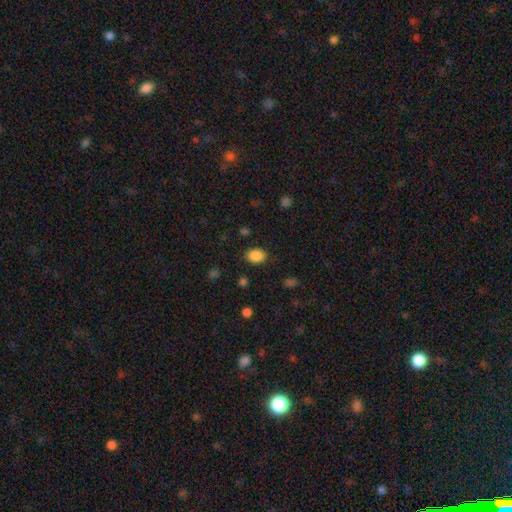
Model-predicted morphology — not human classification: smooth-or-featured: smooth: 87% | star or artifact: 9% | featured or disk: 4%
  how-rounded: in between: 69% | round: 31% | cigar-shaped: 1%
  merging: none: 85% | minor disturbance: 11% | major disturbance: 3% | merger: 1%